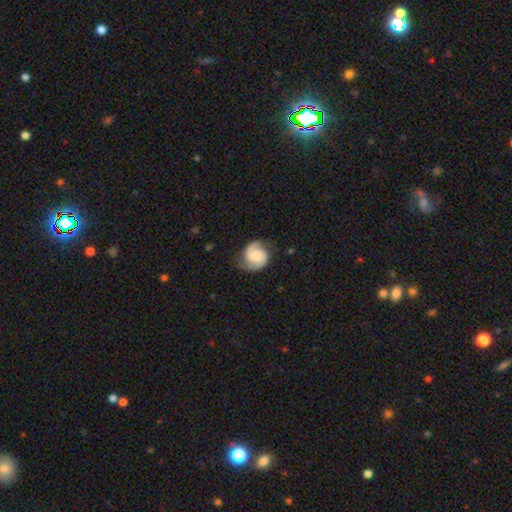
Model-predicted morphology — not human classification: Q: Smooth or featured?
A: featured or disk (81%); runner-up: smooth (14%)
Q: Edge-on disk?
A: no (98%); runner-up: yes (2%)
Q: Bar?
A: no (62%); runner-up: weak (32%)
Q: Spiral arms?
A: yes (97%); runner-up: no (3%)
Q: Spiral winding?
A: medium (48%); runner-up: tight (36%)
Q: Spiral arm count?
A: 2 (90%); runner-up: can't tell (3%)
Q: Bulge size?
A: small (47%); runner-up: moderate (32%)
Q: Merging?
A: none (77%); runner-up: minor disturbance (17%)